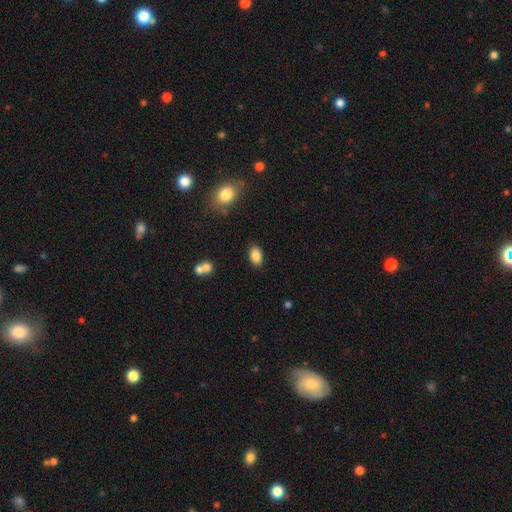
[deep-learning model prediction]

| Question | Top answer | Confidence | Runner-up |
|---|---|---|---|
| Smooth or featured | smooth | 86% | star or artifact (9%) |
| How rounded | in between | 89% | round (9%) |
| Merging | none | 85% | minor disturbance (10%) |